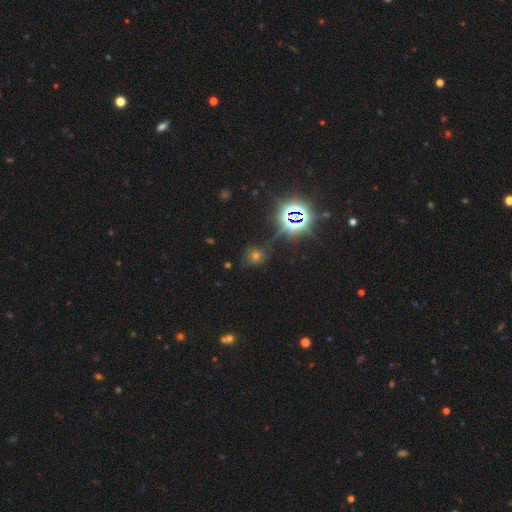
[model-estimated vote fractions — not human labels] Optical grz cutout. It shows a star or artifact, not a galaxy (49%).